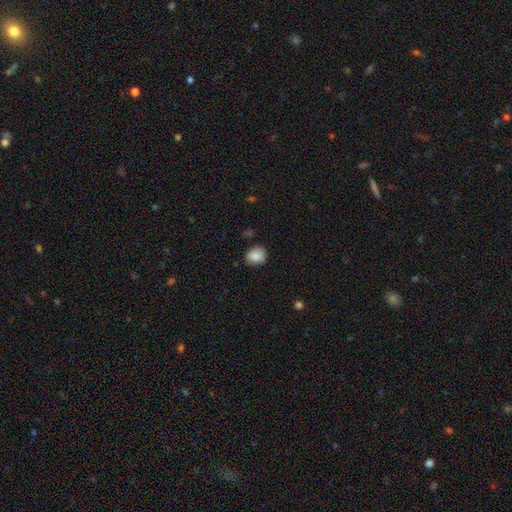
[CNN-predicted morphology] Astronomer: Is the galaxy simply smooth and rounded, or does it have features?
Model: smooth — 87%.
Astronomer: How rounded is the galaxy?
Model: round — 61% (runner-up: in between, 38%).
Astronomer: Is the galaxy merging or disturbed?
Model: none — 72%.